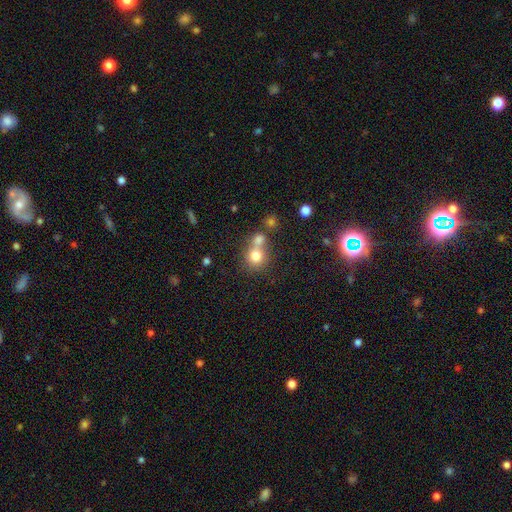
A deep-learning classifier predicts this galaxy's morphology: type=smooth (76%); roundness=round (83%); merging=merger (49%).